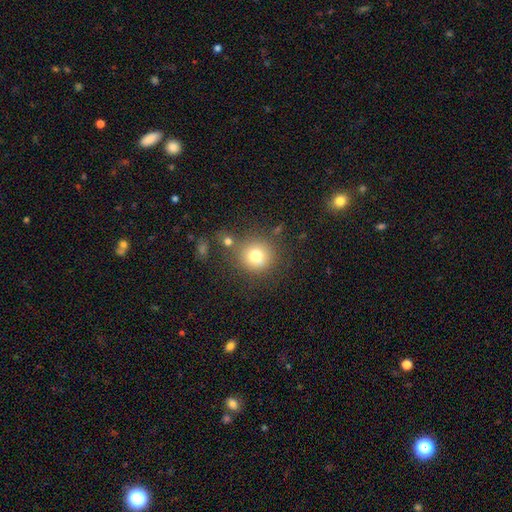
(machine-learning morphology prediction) Smooth or featured?
  - smooth: 77% *
  - star or artifact: 13%
  - featured or disk: 11%
How rounded?
  - round: 92% *
  - in between: 7%
  - cigar-shaped: 1%
Merging?
  - none: 74% *
  - minor disturbance: 11%
  - merger: 10%
  - major disturbance: 5%